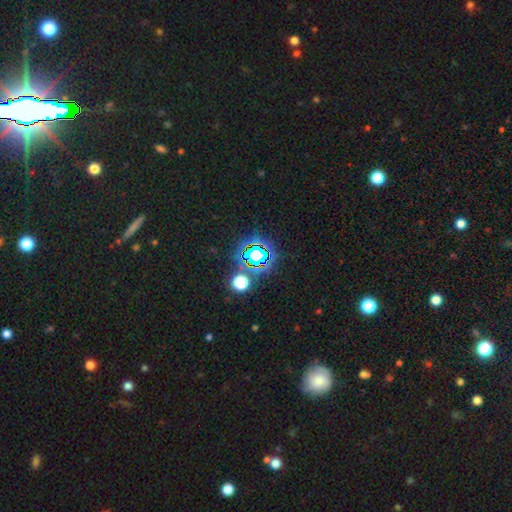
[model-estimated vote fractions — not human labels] This appears to be a star or artifact, not a galaxy (69%).